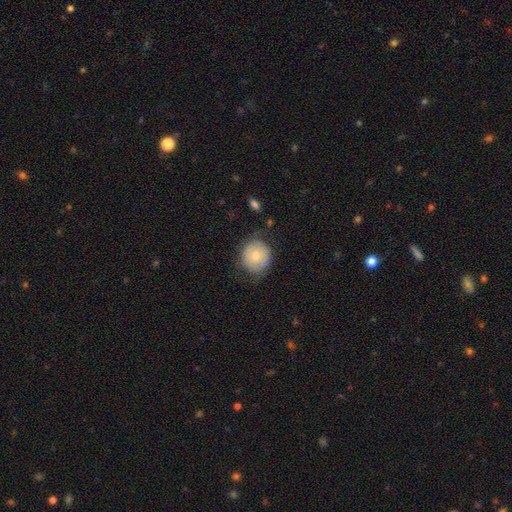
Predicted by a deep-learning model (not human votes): Q: Smooth or featured?
A: smooth (71%); runner-up: featured or disk (22%)
Q: How rounded?
A: round (81%); runner-up: in between (18%)
Q: Merging?
A: none (64%); runner-up: minor disturbance (27%)